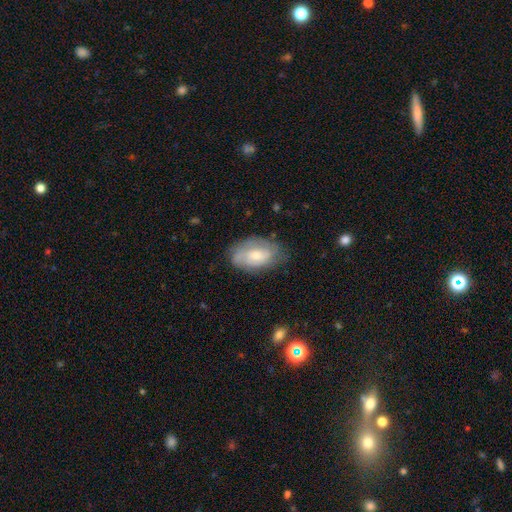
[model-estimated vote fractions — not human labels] smooth 50%, featured or disk 44%, star or artifact 7%. Down the decision tree: merging — none (66%).